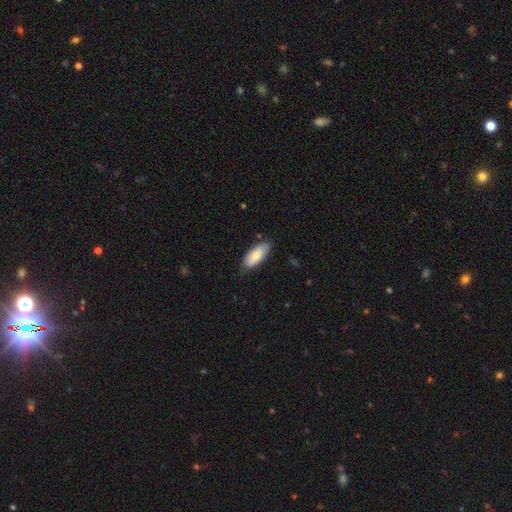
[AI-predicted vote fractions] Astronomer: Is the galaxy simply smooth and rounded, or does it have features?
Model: smooth — 80%.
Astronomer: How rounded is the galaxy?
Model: in between — 86%.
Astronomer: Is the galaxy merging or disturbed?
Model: none — 76%.